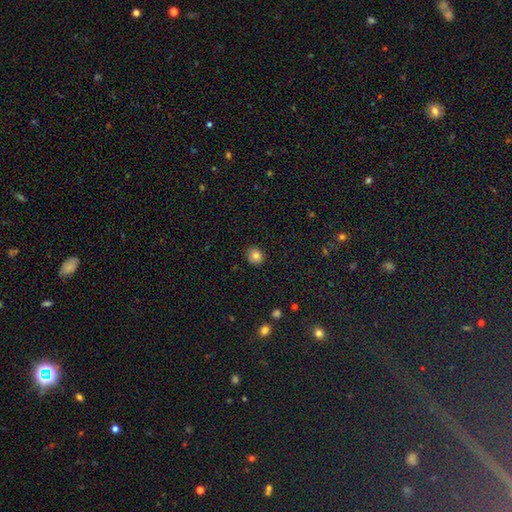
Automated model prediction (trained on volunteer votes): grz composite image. It shows a smooth galaxy with no disk features (81%) that is round (81%). Merging: none (88%).